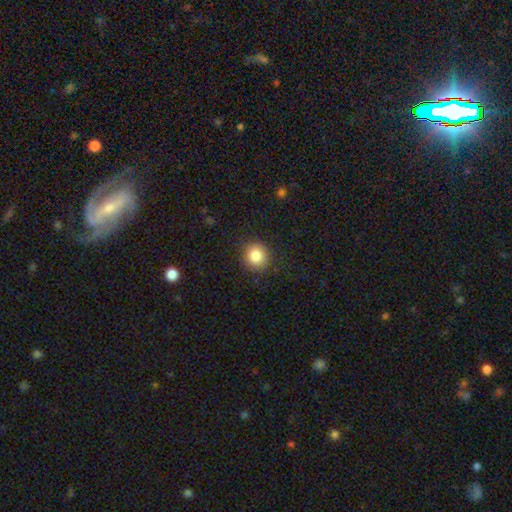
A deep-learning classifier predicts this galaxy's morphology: A smooth galaxy with no disk features (85%) that is round (89%).

Vote fractions:
- Smooth or featured? smooth: 85% / star or artifact: 10% / featured or disk: 5%
- How rounded? round: 89% / in between: 10% / cigar-shaped: 1%
- Merging? none: 88% / minor disturbance: 8% / major disturbance: 3% / merger: 1%